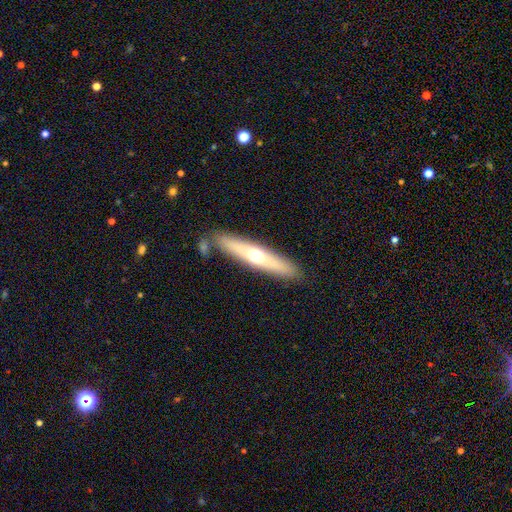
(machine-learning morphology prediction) smooth 48%, featured or disk 46%, star or artifact 6%. Down the decision tree: merging — none (83%).